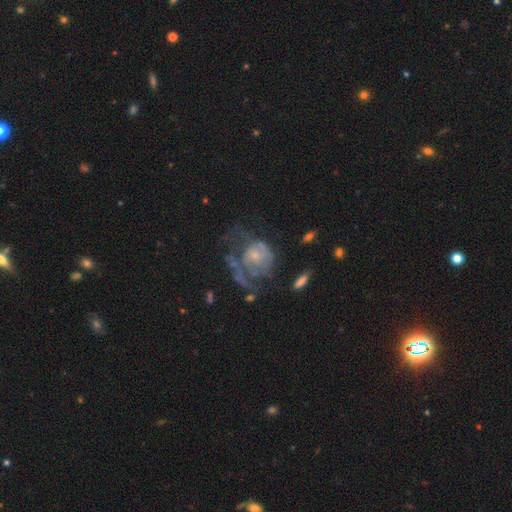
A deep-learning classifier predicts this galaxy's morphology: smooth-or-featured: featured or disk: 67% | smooth: 23% | star or artifact: 10%
  disk-edge-on: no: 97% | yes: 3%
    bar: no: 79% | weak: 18% | strong: 3%
    has-spiral-arms: yes: 58% | no: 42%
    bulge-size: small: 48% | moderate: 33% | none: 12% | large: 5% | dominant: 2%
  merging: major disturbance: 46% | none: 29% | minor disturbance: 18% | merger: 8%